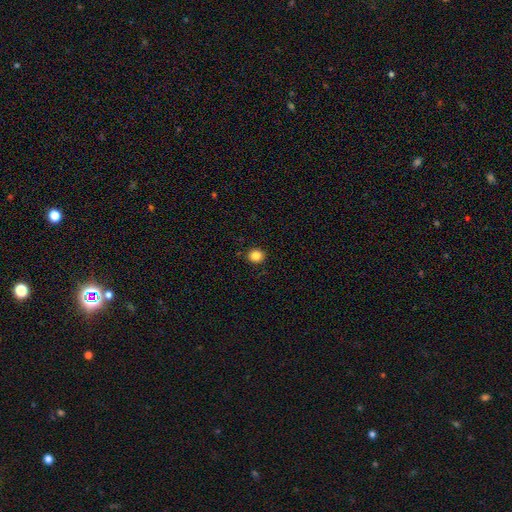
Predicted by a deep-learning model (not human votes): smooth_or_featured: smooth (p=0.85) [alt: star or artifact p=0.11]
how_rounded: round (p=0.83) [alt: in between p=0.16]
merging: none (p=0.91) [alt: minor disturbance p=0.06]